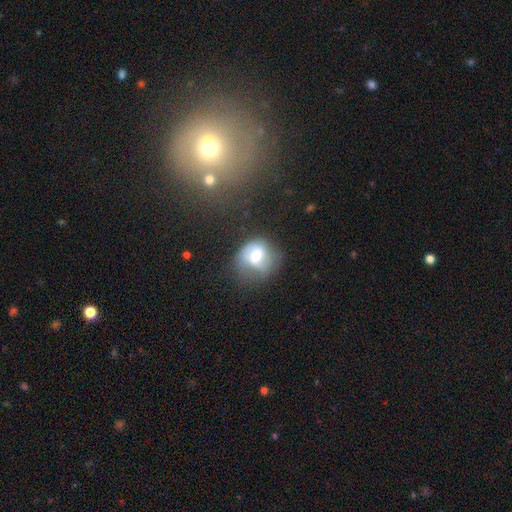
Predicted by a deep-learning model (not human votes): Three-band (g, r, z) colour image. It shows a featured or disk galaxy (46%). Merging: none (48%).